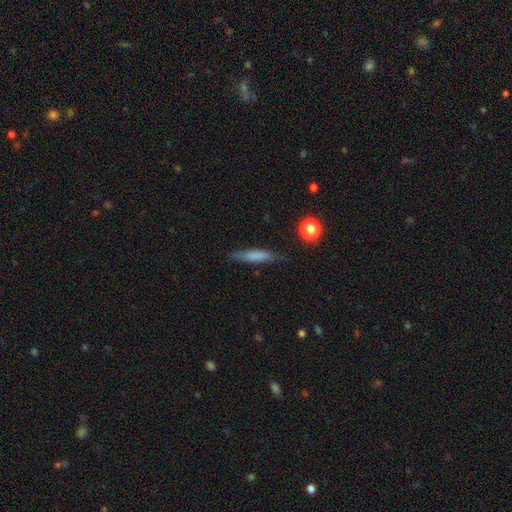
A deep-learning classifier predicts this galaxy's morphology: Q: Smooth or featured?
A: smooth (67%); runner-up: featured or disk (25%)
Q: How rounded?
A: cigar-shaped (86%); runner-up: in between (12%)
Q: Merging?
A: none (80%); runner-up: minor disturbance (15%)